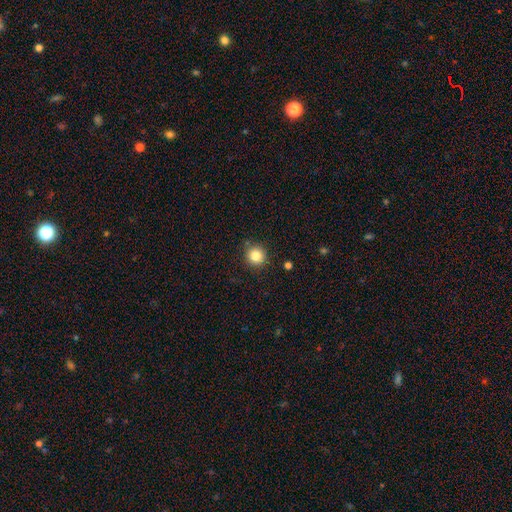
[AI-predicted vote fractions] Smooth or featured: smooth — 83% (star or artifact — 11%)
How rounded: round — 93% (in between — 6%)
Merging: none — 87% (minor disturbance — 8%)